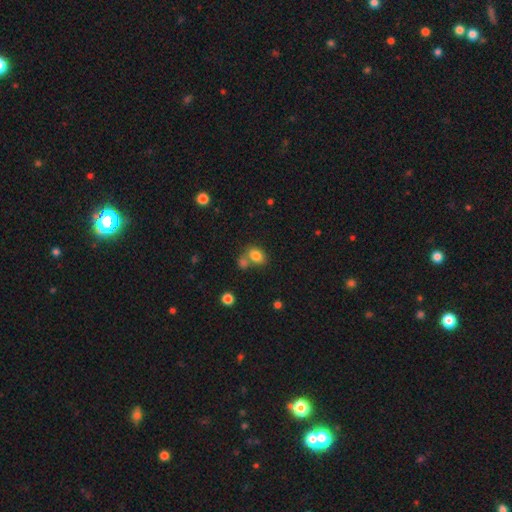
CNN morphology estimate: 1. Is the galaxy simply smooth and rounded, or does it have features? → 81% smooth, 11% star or artifact, 8% featured or disk.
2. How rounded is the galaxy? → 69% in between, 29% round, 1% cigar-shaped.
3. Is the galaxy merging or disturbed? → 47% none, 37% merger, 11% minor disturbance, 5% major disturbance.